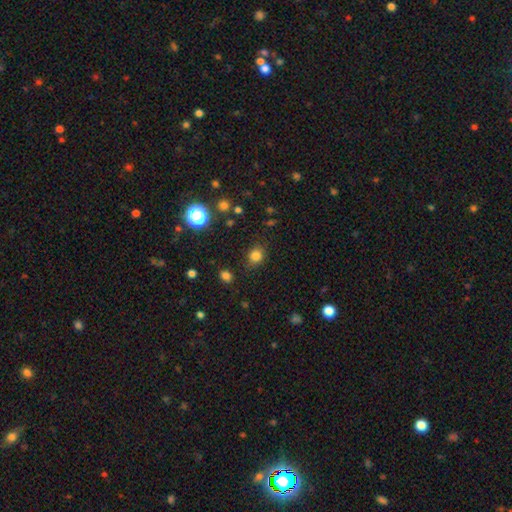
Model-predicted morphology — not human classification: Smooth or featured? Predicted: smooth (p=0.81). How rounded? Predicted: round (p=0.70). Merging? Predicted: none (p=0.82).